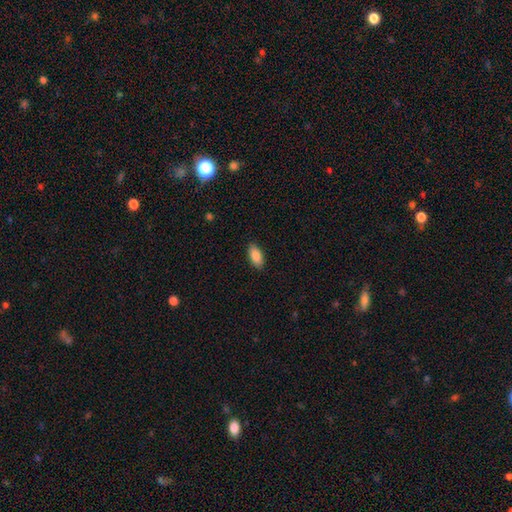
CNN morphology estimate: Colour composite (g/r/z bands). It shows a smooth galaxy with no disk features (87%) that is in between round and cigar-shaped (91%). Merging: none (89%).